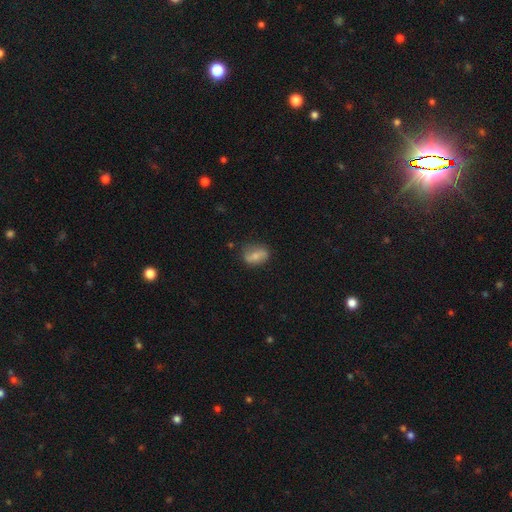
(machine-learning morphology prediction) Q: Smooth or featured?
A: smooth (56%); runner-up: featured or disk (35%)
Q: How rounded?
A: in between (74%); runner-up: round (22%)
Q: Merging?
A: none (69%); runner-up: minor disturbance (22%)